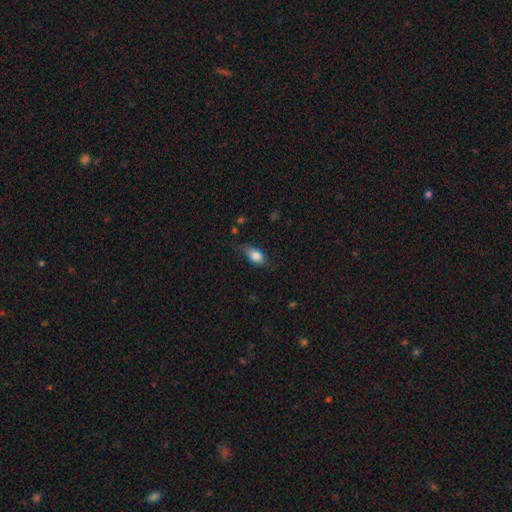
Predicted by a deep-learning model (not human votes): The model was most divided on "merging": none: 67%, minor disturbance: 25%, major disturbance: 7%, merger: 1%. More confident: how rounded — in between (89%); smooth or featured — smooth (83%).